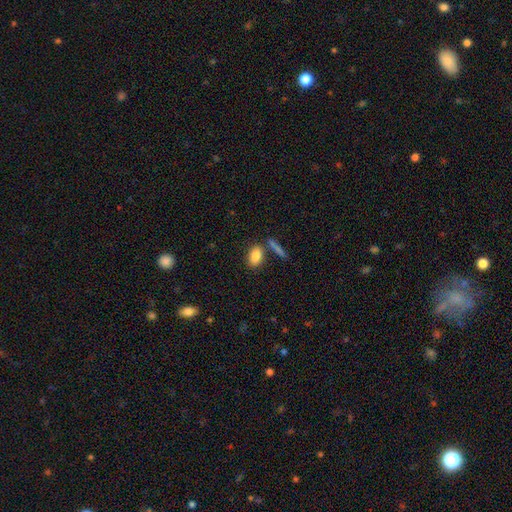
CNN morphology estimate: A smooth galaxy with no disk features (85%) that is in between round and cigar-shaped (87%). Merging: none (68%).